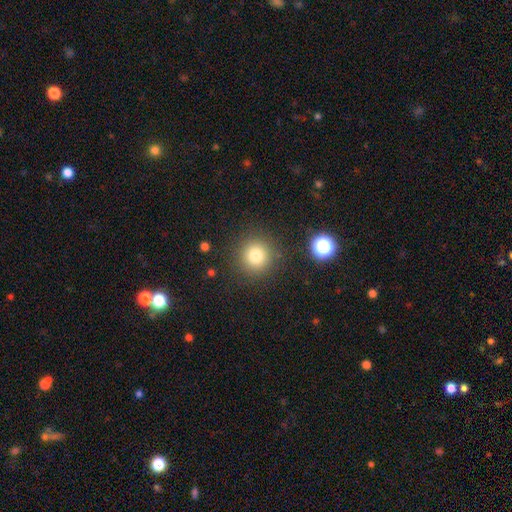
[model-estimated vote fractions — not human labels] Q: Smooth or featured?
A: smooth (78%); runner-up: star or artifact (14%)
Q: How rounded?
A: round (94%); runner-up: in between (5%)
Q: Merging?
A: none (87%); runner-up: minor disturbance (7%)